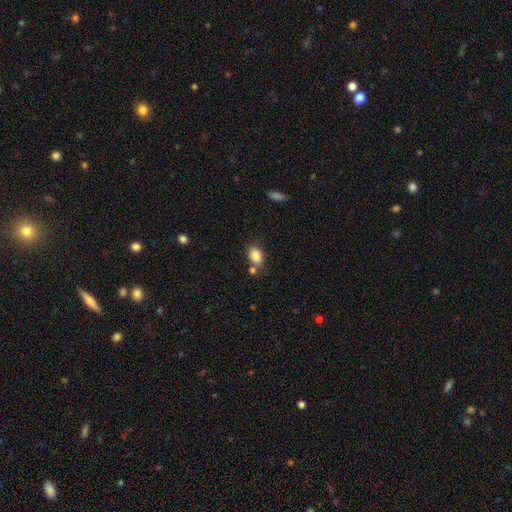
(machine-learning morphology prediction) This appears to be a smooth galaxy with no disk features (86%) that is in between round and cigar-shaped (83%). Merging: none (67%).